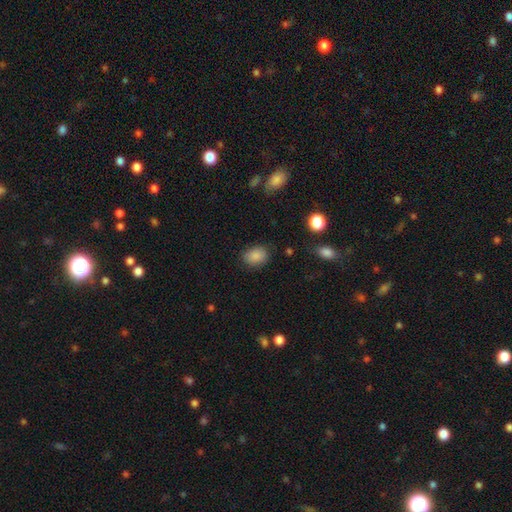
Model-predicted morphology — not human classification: smooth-or-featured: smooth: 86% | star or artifact: 9% | featured or disk: 5%
  how-rounded: in between: 70% | round: 29% | cigar-shaped: 1%
  merging: none: 81% | minor disturbance: 14% | major disturbance: 4% | merger: 2%